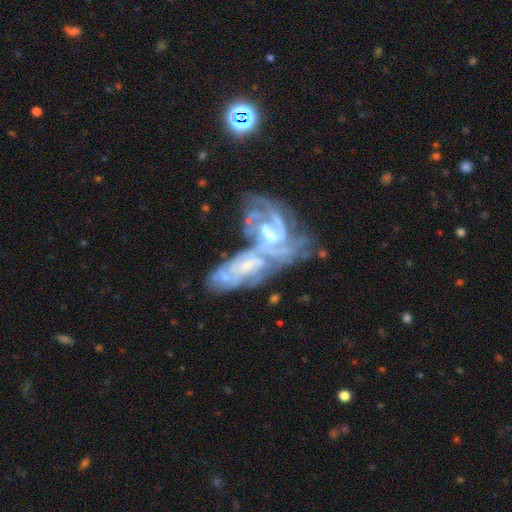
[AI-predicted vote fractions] Morphology: type=featured or disk (78%); edge-on=no (92%); bar=no (54%); spiral arms=yes (87%); winding=tight (53%); arm count=can't tell (37%); bulge=small (48%); merging=merger (71%).